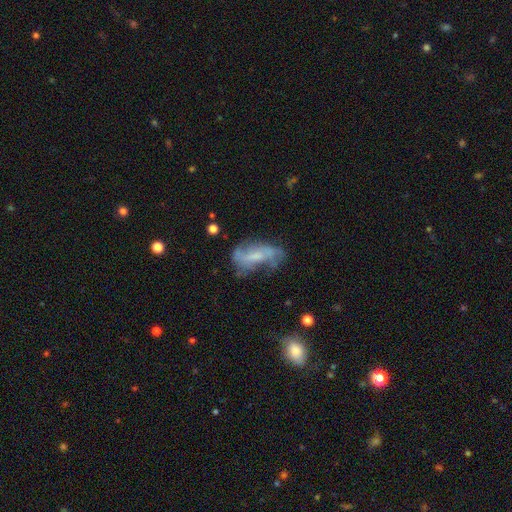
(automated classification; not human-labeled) Smooth or featured: featured or disk — 61% (smooth — 29%)
Edge-on disk: no — 91% (yes — 9%)
Bar: no — 43% (weak — 39%)
Spiral arms: yes — 65% (no — 35%)
Bulge size: small — 41% (none — 27%)
Merging: none — 44% (minor disturbance — 26%)